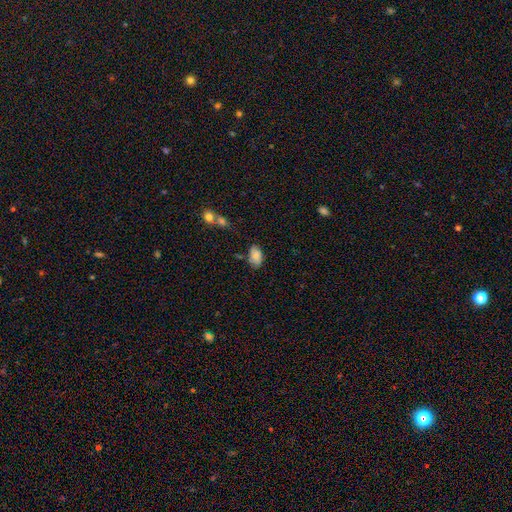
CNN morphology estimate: Smooth or featured?
  - smooth: 82% *
  - featured or disk: 11%
  - star or artifact: 8%
How rounded?
  - in between: 93% *
  - round: 6%
  - cigar-shaped: 2%
Merging?
  - none: 67% *
  - minor disturbance: 23%
  - merger: 5%
  - major disturbance: 5%